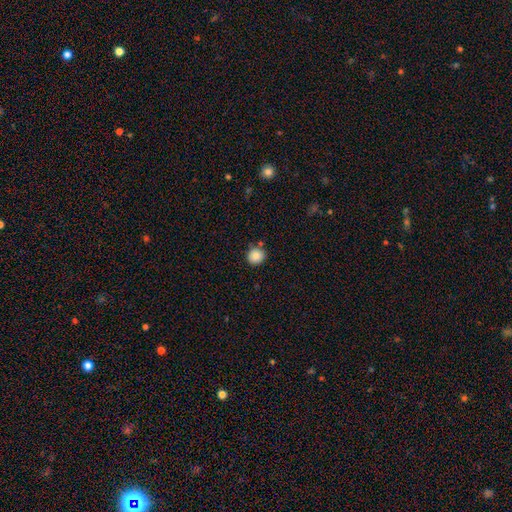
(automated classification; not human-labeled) Overall: smooth (85%). How rounded: round (89%). Merging: none (83%).